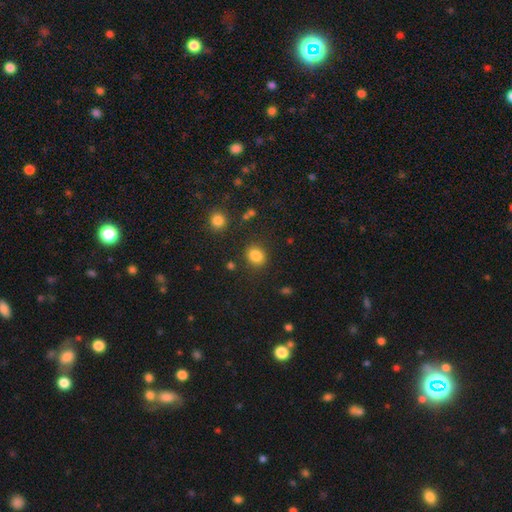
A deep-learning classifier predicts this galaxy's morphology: smooth-or-featured: smooth: 84% | star or artifact: 11% | featured or disk: 5%
  how-rounded: round: 59% | in between: 40% | cigar-shaped: 1%
  merging: none: 84% | minor disturbance: 10% | major disturbance: 4% | merger: 3%